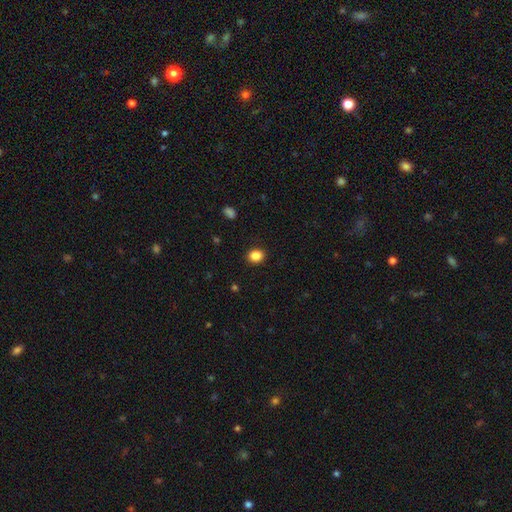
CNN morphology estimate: smooth 86%, star or artifact 10%, featured or disk 4%. Down the decision tree: how rounded — round (63%); merging — none (91%).